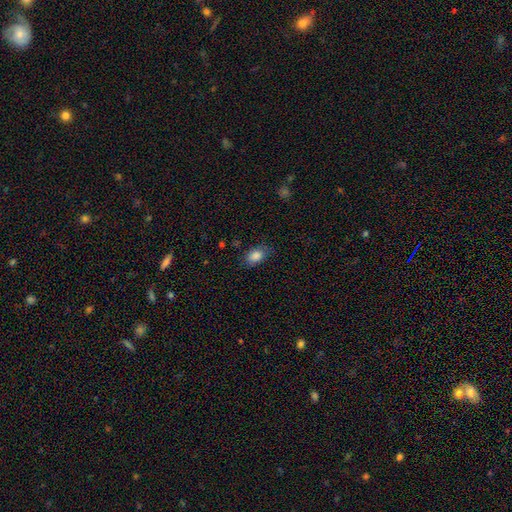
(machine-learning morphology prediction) This is clearly a smooth galaxy (86%). How rounded: clearly in between (86%). Merging: likely none (76%).